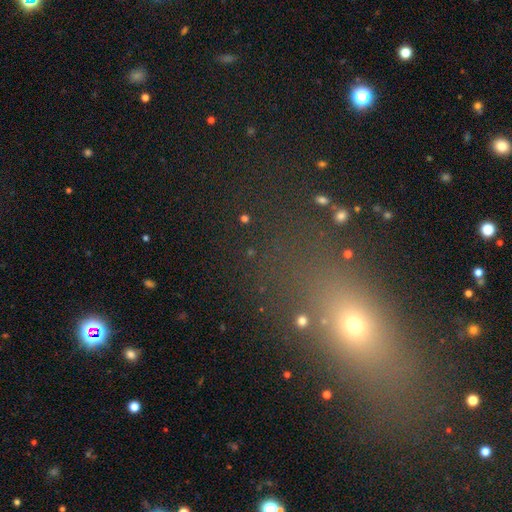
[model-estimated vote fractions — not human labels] Q: Smooth or featured?
A: smooth (51%); runner-up: star or artifact (35%)
Q: How rounded?
A: in between (54%); runner-up: round (29%)
Q: Merging?
A: none (79%); runner-up: minor disturbance (10%)